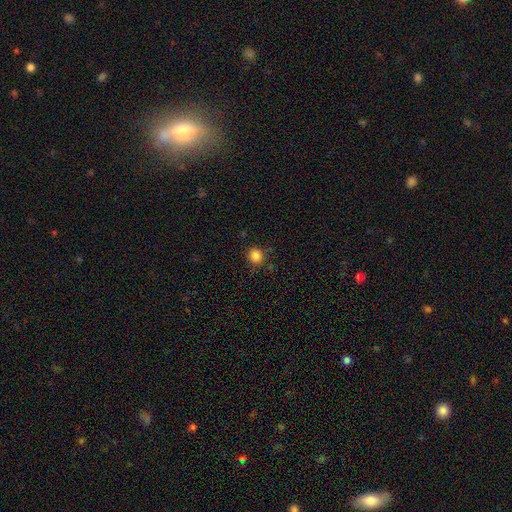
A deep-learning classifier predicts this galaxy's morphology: The model was most divided on "smooth or featured": smooth: 85%, star or artifact: 12%, featured or disk: 3%. More confident: how rounded — round (89%); merging — none (85%).